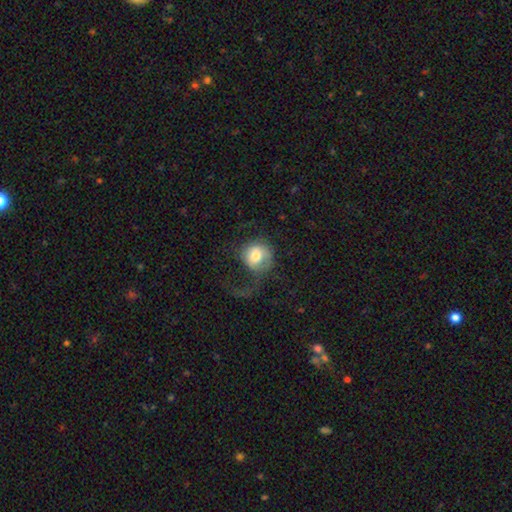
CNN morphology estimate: Overall: smooth (64%; featured or disk 28%). How rounded: round (85%). Merging: major disturbance (47%; none 34%).